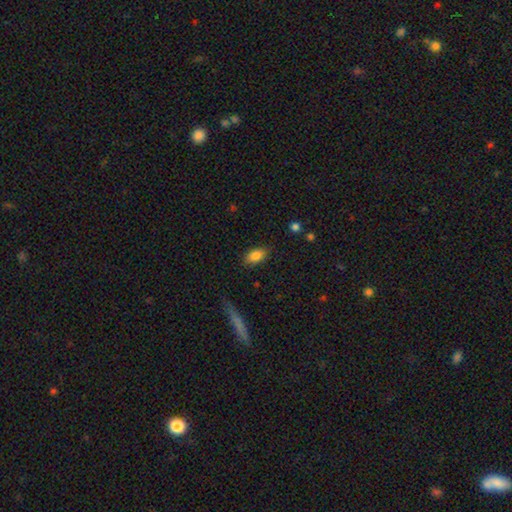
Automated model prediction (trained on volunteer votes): Smooth or featured? Predicted: smooth (p=0.83). How rounded? Predicted: in between (p=0.89). Merging? Predicted: none (p=0.83).